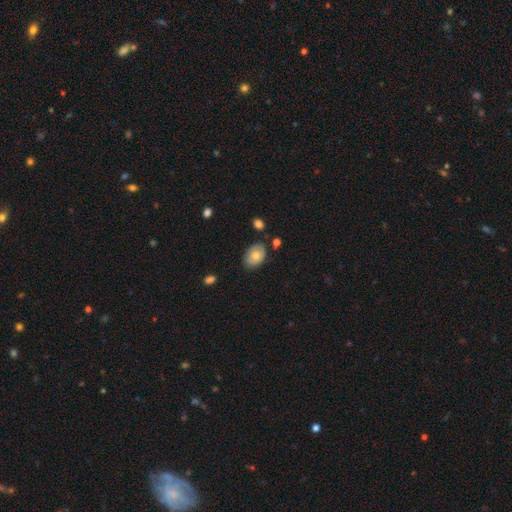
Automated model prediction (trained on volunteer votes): A smooth galaxy with no disk features (67%) that is in between round and cigar-shaped (83%).

Vote fractions:
- Smooth or featured? smooth: 67% / featured or disk: 25% / star or artifact: 7%
- How rounded? in between: 83% / round: 16% / cigar-shaped: 1%
- Merging? none: 76% / minor disturbance: 17% / major disturbance: 3% / merger: 3%